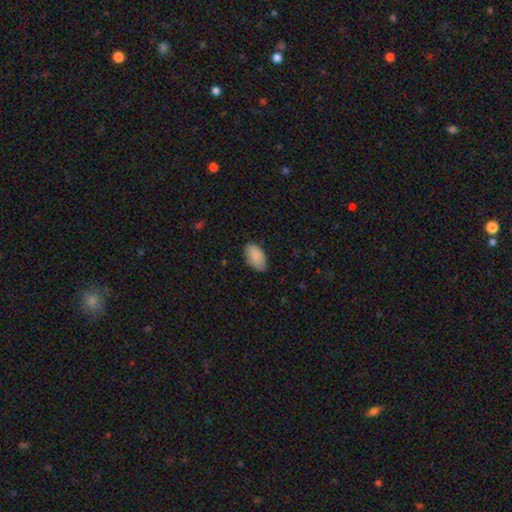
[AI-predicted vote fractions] smooth 89%, star or artifact 7%, featured or disk 4%. Down the decision tree: how rounded — in between (94%); merging — none (77%).